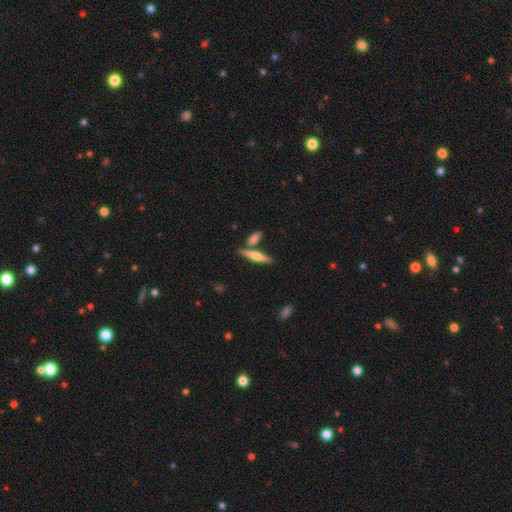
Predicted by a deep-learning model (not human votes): Smooth or featured? smooth (47%)
Merging? none (70%)